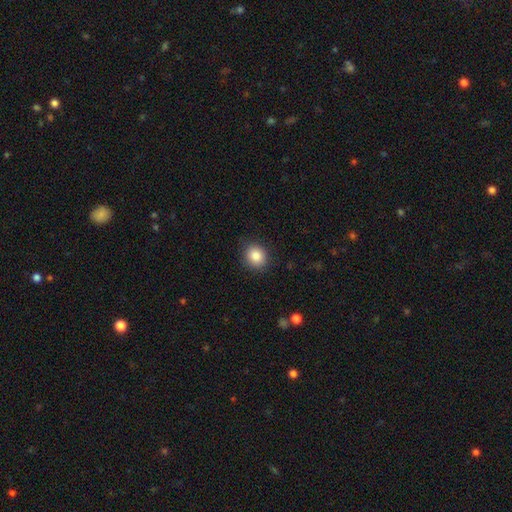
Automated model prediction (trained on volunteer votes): smooth-or-featured: smooth: 85% | star or artifact: 9% | featured or disk: 5%
  how-rounded: round: 73% | in between: 26% | cigar-shaped: 1%
  merging: none: 87% | minor disturbance: 9% | major disturbance: 3% | merger: 1%